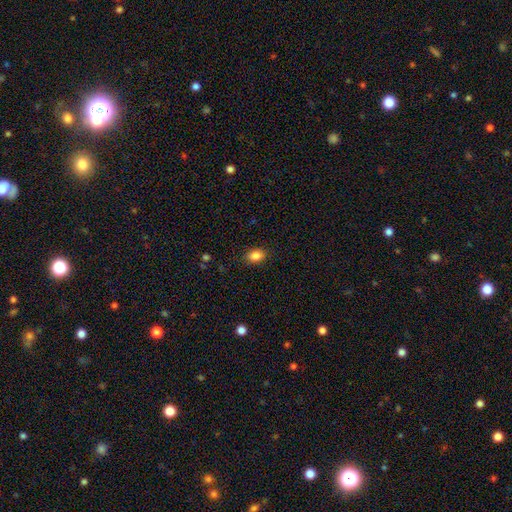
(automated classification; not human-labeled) Smooth or featured?
  - smooth: 86% *
  - star or artifact: 9%
  - featured or disk: 5%
How rounded?
  - in between: 79% *
  - round: 19%
  - cigar-shaped: 1%
Merging?
  - none: 87% *
  - minor disturbance: 9%
  - major disturbance: 2%
  - merger: 1%